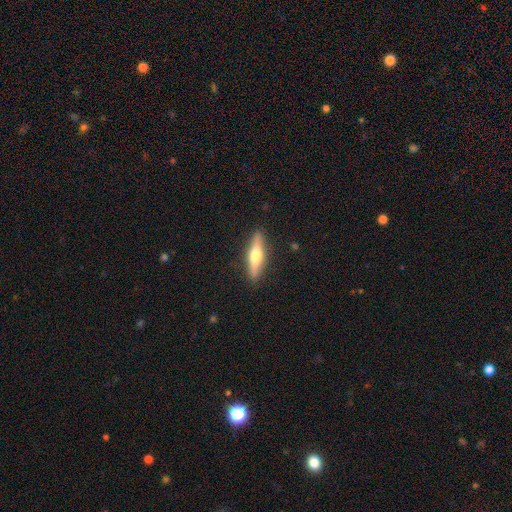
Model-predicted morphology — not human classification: The model was most divided on "smooth or featured": smooth: 49%, featured or disk: 45%, star or artifact: 6%. More confident: merging — none (88%).